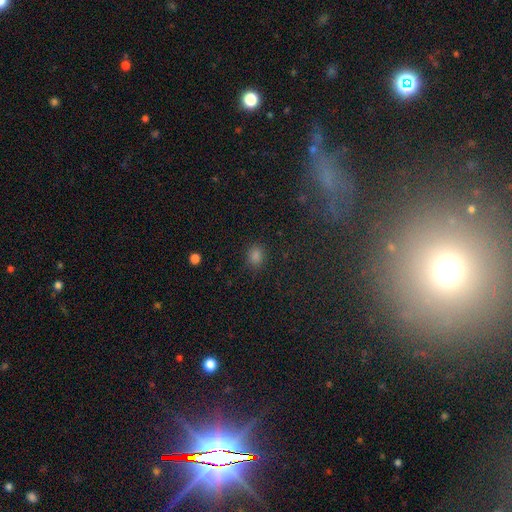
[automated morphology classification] Smooth or featured: smooth — 75% (star or artifact — 20%)
How rounded: in between — 56% (round — 42%)
Merging: none — 84% (minor disturbance — 10%)